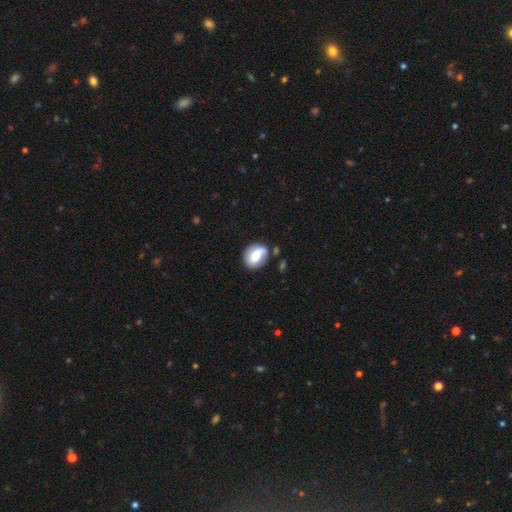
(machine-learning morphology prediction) Overall: smooth (63%; featured or disk 30%). How rounded: in between (52%; round 46%). Merging: none (68%).